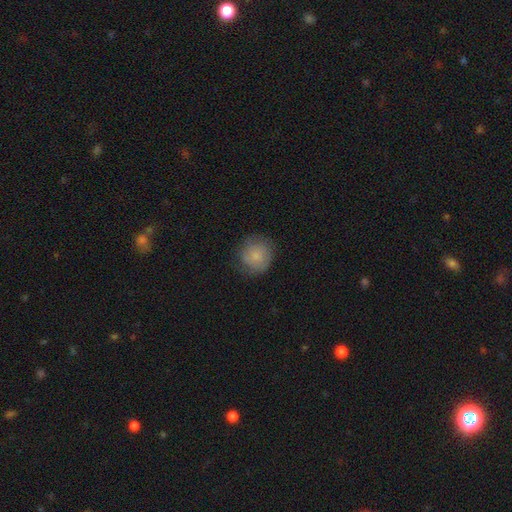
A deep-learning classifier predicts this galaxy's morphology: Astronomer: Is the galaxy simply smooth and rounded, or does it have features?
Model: smooth — 77%.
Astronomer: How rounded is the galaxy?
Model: round — 89%.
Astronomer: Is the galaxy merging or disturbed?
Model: none — 72%.